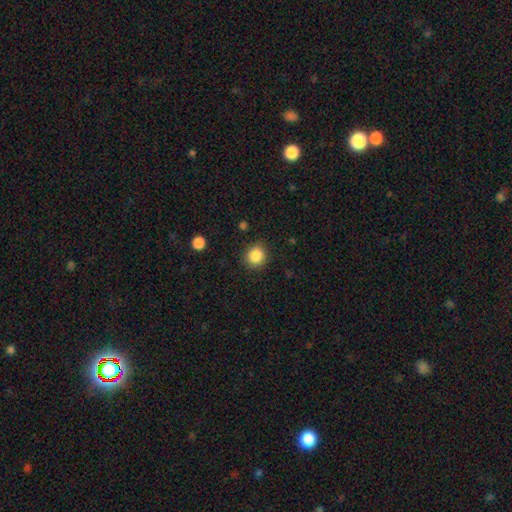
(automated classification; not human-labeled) Smooth or featured?
  - smooth: 86% *
  - star or artifact: 10%
  - featured or disk: 4%
How rounded?
  - round: 84% *
  - in between: 15%
  - cigar-shaped: 1%
Merging?
  - none: 89% *
  - minor disturbance: 8%
  - major disturbance: 3%
  - merger: 1%